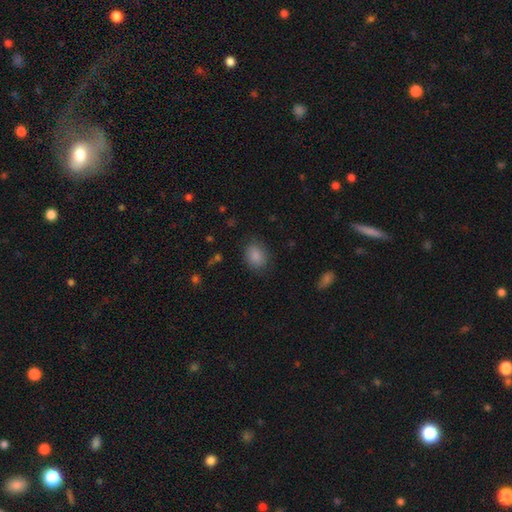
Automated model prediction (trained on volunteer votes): Smooth or featured? Predicted: smooth (p=0.87). How rounded? Predicted: in between (p=0.58). Merging? Predicted: none (p=0.79).